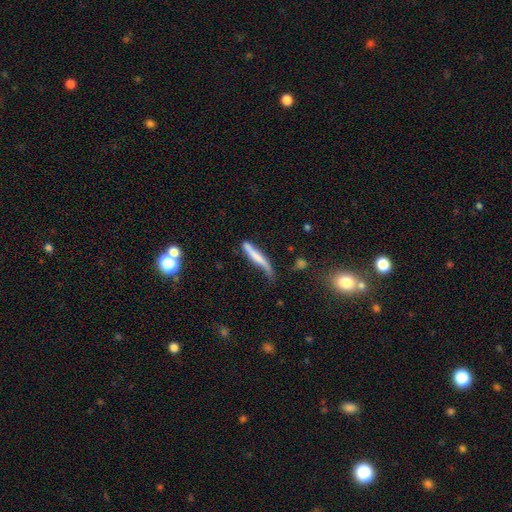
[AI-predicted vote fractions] Q: Smooth or featured?
A: smooth (62%); runner-up: featured or disk (32%)
Q: How rounded?
A: cigar-shaped (92%); runner-up: in between (6%)
Q: Merging?
A: none (43%); runner-up: minor disturbance (35%)